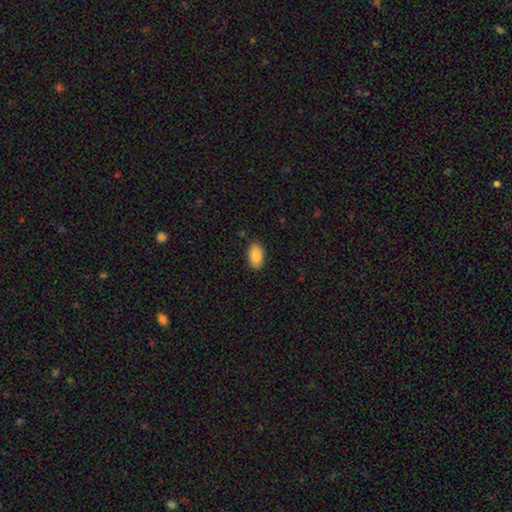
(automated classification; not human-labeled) Smooth or featured: smooth — 88% (star or artifact — 7%)
How rounded: in between — 94% (round — 4%)
Merging: none — 88% (minor disturbance — 8%)